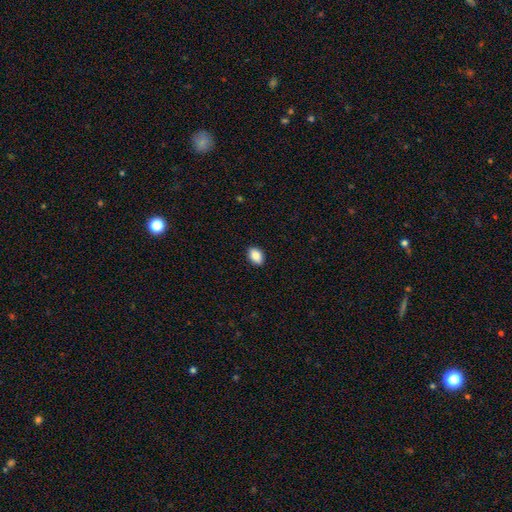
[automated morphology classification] A smooth galaxy with no disk features (88%) that is in between round and cigar-shaped (86%). Merging: none (90%).